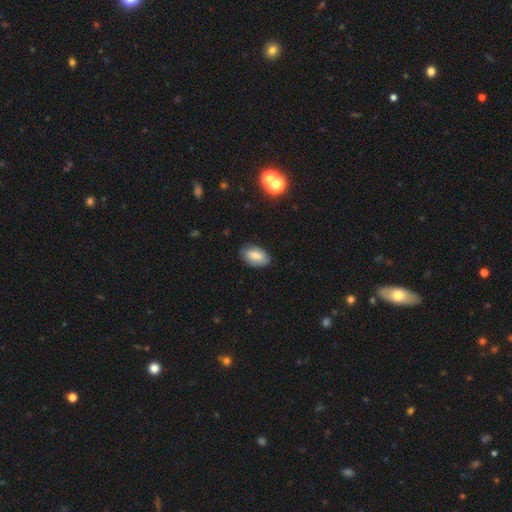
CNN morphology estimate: Q: Smooth or featured?
A: smooth (76%); runner-up: featured or disk (16%)
Q: How rounded?
A: in between (93%); runner-up: round (5%)
Q: Merging?
A: none (78%); runner-up: minor disturbance (17%)